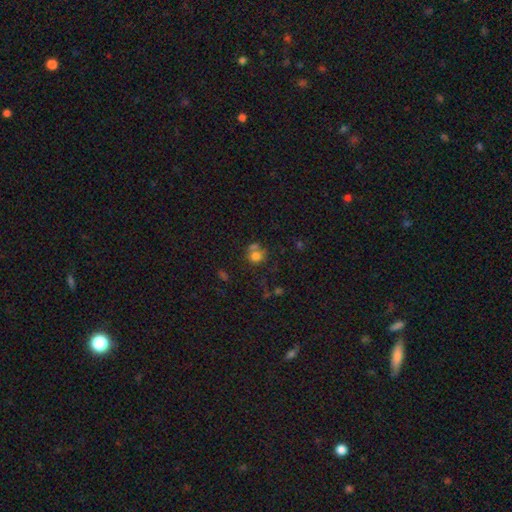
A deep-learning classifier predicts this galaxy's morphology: smooth-or-featured: smooth: 74% | star or artifact: 13% | featured or disk: 13%
  how-rounded: round: 79% | in between: 20% | cigar-shaped: 1%
  merging: none: 45% | merger: 34% | minor disturbance: 13% | major disturbance: 8%